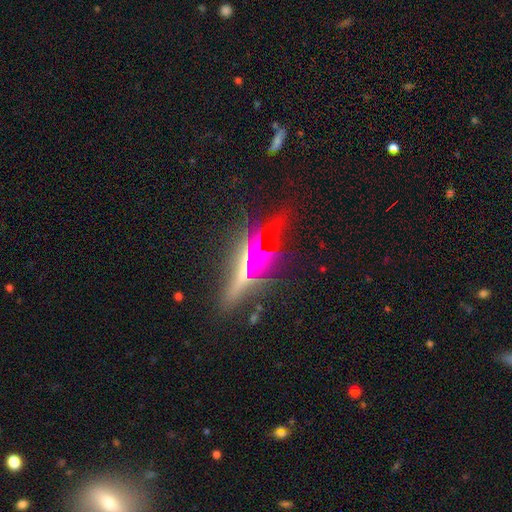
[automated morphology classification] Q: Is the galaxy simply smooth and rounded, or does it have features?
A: featured or disk — 51%.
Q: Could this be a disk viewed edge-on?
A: yes — 80%.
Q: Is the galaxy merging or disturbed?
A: none — 69%.